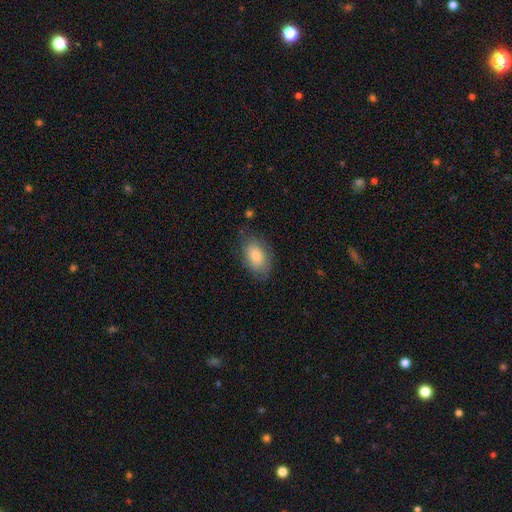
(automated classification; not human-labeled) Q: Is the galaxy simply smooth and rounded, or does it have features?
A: smooth — 78%.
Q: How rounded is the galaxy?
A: in between — 91%.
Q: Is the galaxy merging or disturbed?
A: none — 74%.